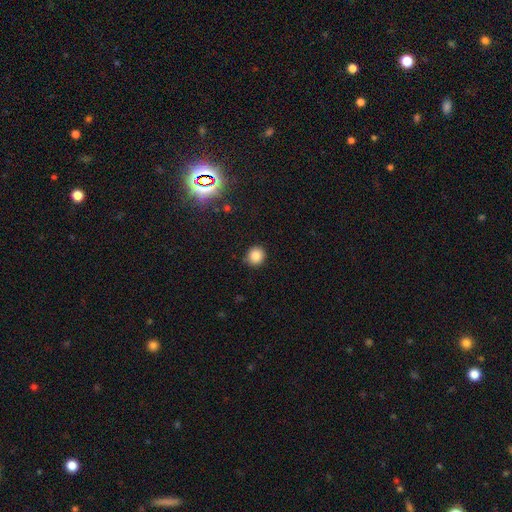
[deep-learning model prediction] Smooth or featured? Predicted: smooth (p=0.85). How rounded? Predicted: round (p=0.88). Merging? Predicted: none (p=0.86).